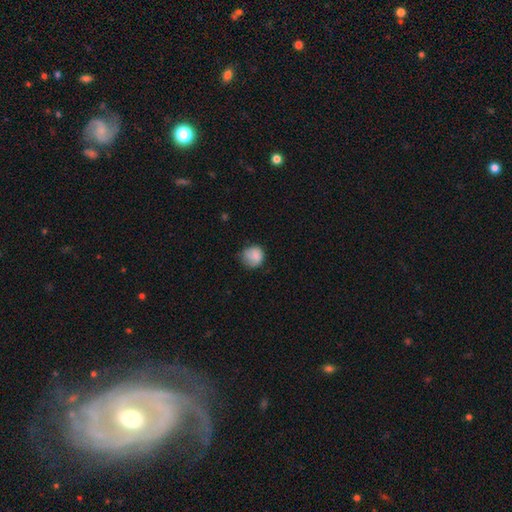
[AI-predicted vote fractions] smooth_or_featured: smooth (p=0.82) [alt: featured or disk p=0.10]
how_rounded: round (p=0.83) [alt: in between p=0.16]
merging: none (p=0.59) [alt: minor disturbance p=0.30]